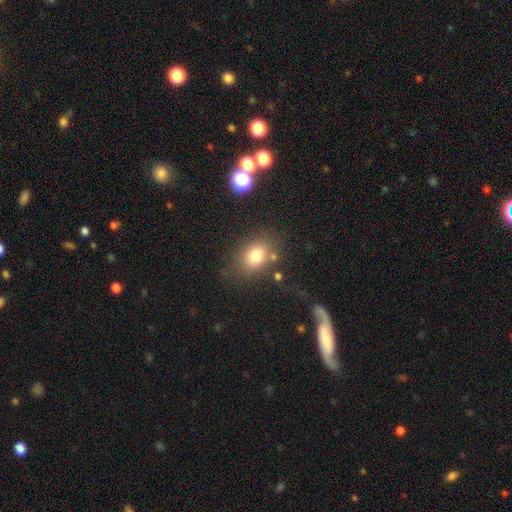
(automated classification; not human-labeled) smooth_or_featured: smooth (p=0.77) [alt: star or artifact p=0.12]
how_rounded: in between (p=0.60) [alt: round p=0.39]
merging: none (p=0.71) [alt: minor disturbance p=0.15]